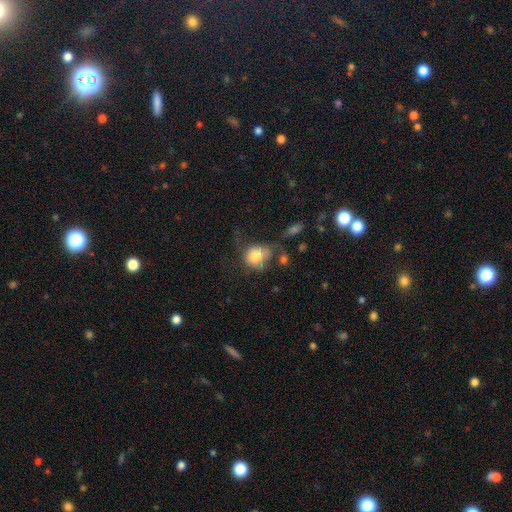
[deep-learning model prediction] Q: Smooth or featured?
A: smooth (77%); runner-up: featured or disk (14%)
Q: How rounded?
A: round (66%); runner-up: in between (33%)
Q: Merging?
A: none (35%); runner-up: minor disturbance (26%)